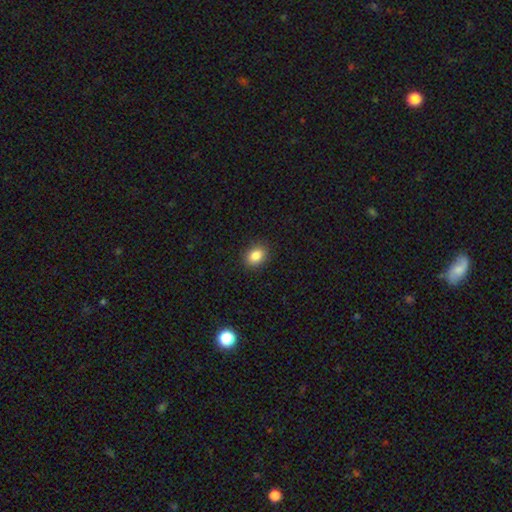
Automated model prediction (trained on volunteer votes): Smooth or featured: smooth — 85% (star or artifact — 10%)
How rounded: in between — 53% (round — 46%)
Merging: none — 89% (minor disturbance — 8%)